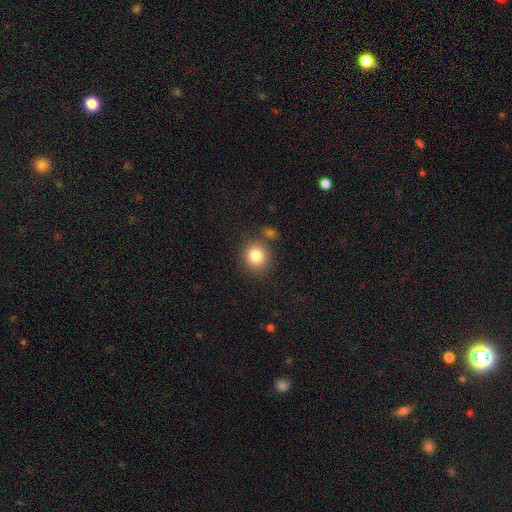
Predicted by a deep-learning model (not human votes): smooth_or_featured: smooth (p=0.82) [alt: star or artifact p=0.10]
how_rounded: round (p=0.86) [alt: in between p=0.13]
merging: none (p=0.79) [alt: minor disturbance p=0.10]